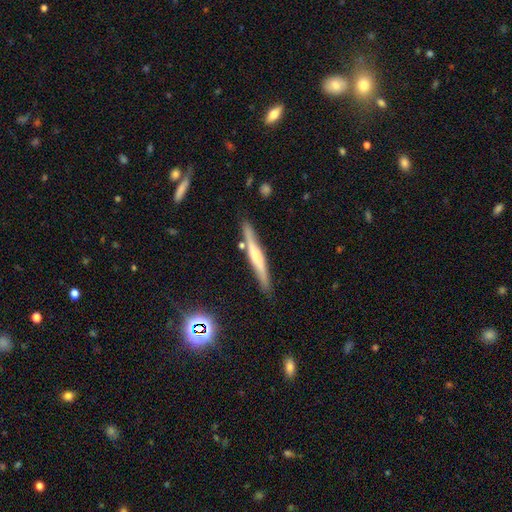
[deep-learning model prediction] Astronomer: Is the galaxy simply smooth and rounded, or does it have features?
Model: featured or disk — 56% (runner-up: smooth, 38%).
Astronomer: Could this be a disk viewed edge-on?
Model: yes — 95%.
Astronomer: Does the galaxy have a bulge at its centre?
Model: rounded — 58%.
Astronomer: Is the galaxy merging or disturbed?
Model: none — 83%.